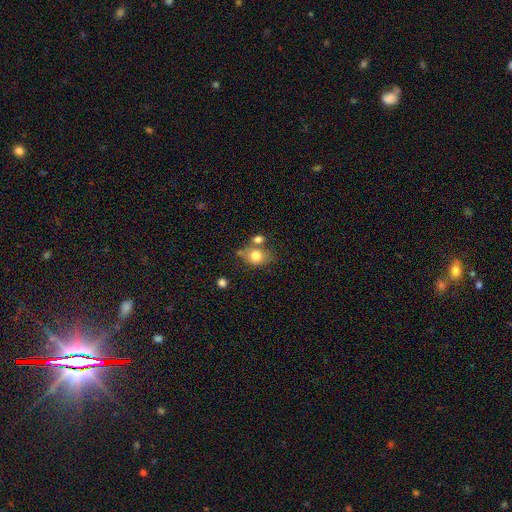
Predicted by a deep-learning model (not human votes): This is likely a smooth galaxy (77%). How rounded: possibly in between (52%). Merging: possibly none (54%).